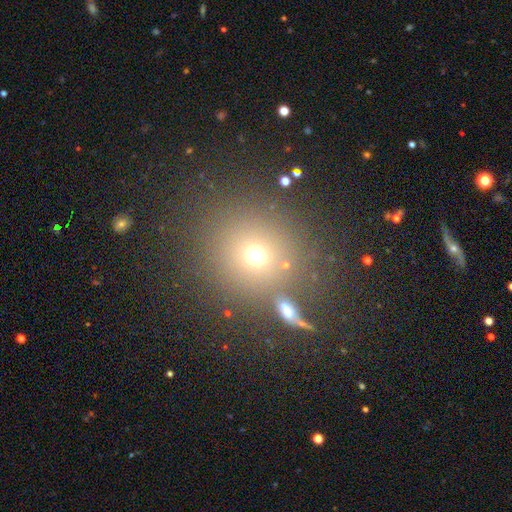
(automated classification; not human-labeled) smooth 66%, star or artifact 21%, featured or disk 12%. Down the decision tree: how rounded — round (87%); merging — none (72%).